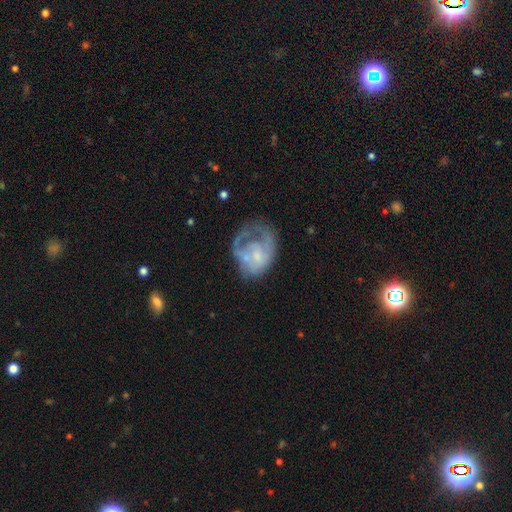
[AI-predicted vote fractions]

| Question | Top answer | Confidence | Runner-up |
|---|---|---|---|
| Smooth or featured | featured or disk | 62% | smooth (30%) |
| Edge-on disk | no | 98% | yes (2%) |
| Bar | no | 73% | weak (23%) |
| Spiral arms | no | 53% | yes (47%) |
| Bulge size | small | 39% | none (30%) |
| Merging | major disturbance | 38% | none (34%) |